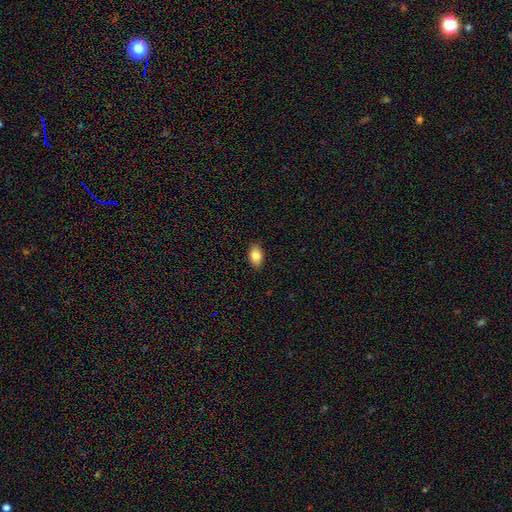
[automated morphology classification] type=smooth (85%); roundness=in between (88%); merging=none (88%).